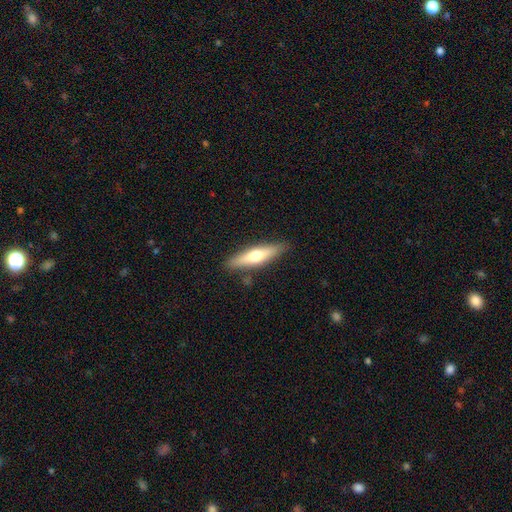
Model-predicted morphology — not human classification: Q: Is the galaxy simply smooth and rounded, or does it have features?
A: smooth — 48%.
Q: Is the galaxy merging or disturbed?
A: none — 87%.